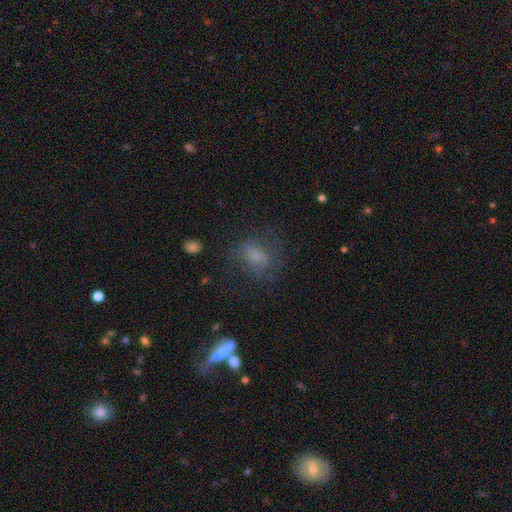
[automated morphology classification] Smooth or featured? Predicted: smooth (p=0.58). How rounded? Predicted: in between (p=0.65). Merging? Predicted: none (p=0.57).